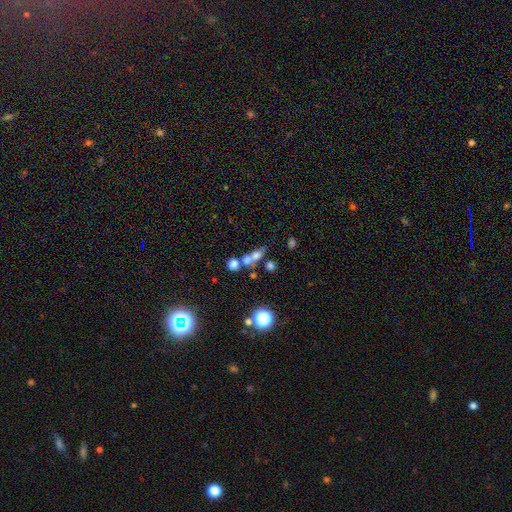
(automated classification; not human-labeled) Smooth or featured? Predicted: smooth (p=0.62). How rounded? Predicted: in between (p=0.44). Merging? Predicted: merger (p=0.47).